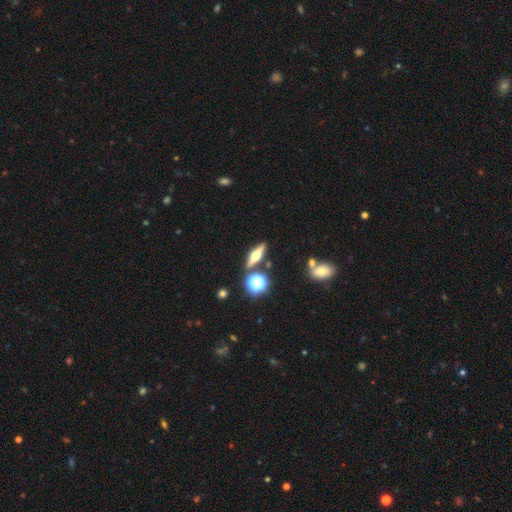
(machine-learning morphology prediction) This is likely a featured or disk galaxy (61%). It is clearly viewed edge-on (93%). Edge-on bulge: clearly rounded (96%). Merging: clearly none (84%).